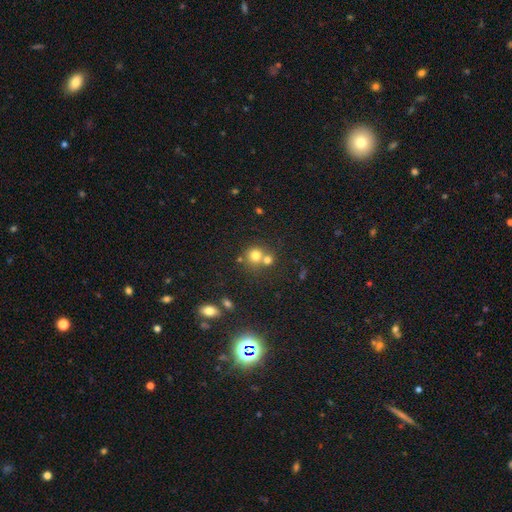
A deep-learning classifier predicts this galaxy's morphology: Smooth or featured? Predicted: smooth (p=0.74). How rounded? Predicted: round (p=0.87). Merging? Predicted: none (p=0.48).